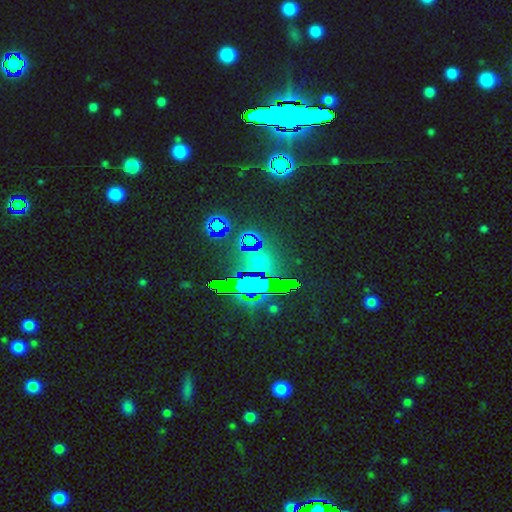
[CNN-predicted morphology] This appears to be a star or artifact, not a galaxy (80%).